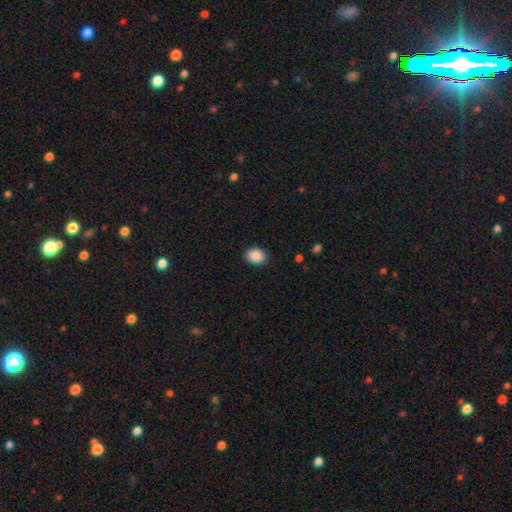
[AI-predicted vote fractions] Smooth or featured?
  - smooth: 90% *
  - star or artifact: 8%
  - featured or disk: 3%
How rounded?
  - in between: 60% *
  - round: 39%
  - cigar-shaped: 1%
Merging?
  - none: 89% *
  - minor disturbance: 8%
  - major disturbance: 2%
  - merger: 1%